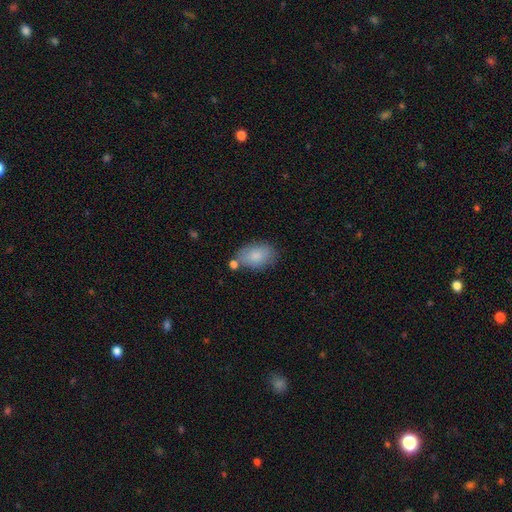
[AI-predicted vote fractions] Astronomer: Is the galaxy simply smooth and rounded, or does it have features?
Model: smooth — 83%.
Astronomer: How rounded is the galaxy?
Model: in between — 90%.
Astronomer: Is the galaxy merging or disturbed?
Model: none — 67%.